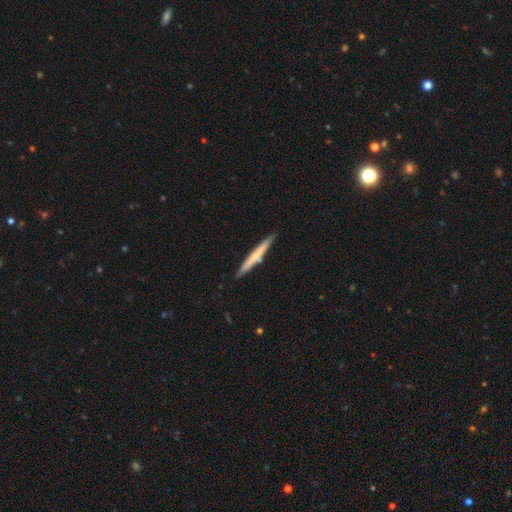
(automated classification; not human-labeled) Overall: smooth (53%; featured or disk 42%). How rounded: cigar-shaped (96%). Merging: none (86%).